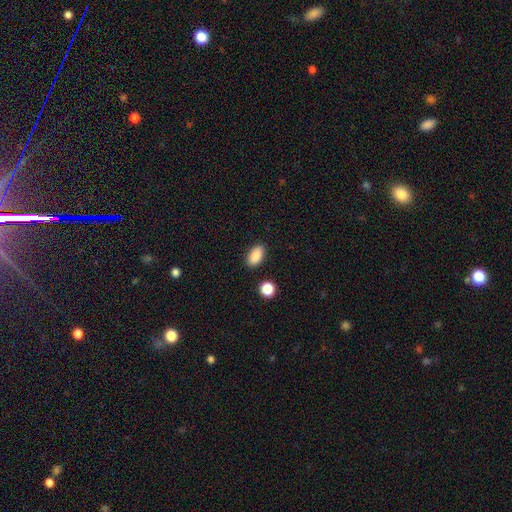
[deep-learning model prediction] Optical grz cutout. It shows a smooth galaxy with no disk features (89%) that is in between round and cigar-shaped (92%). Merging: none (87%).